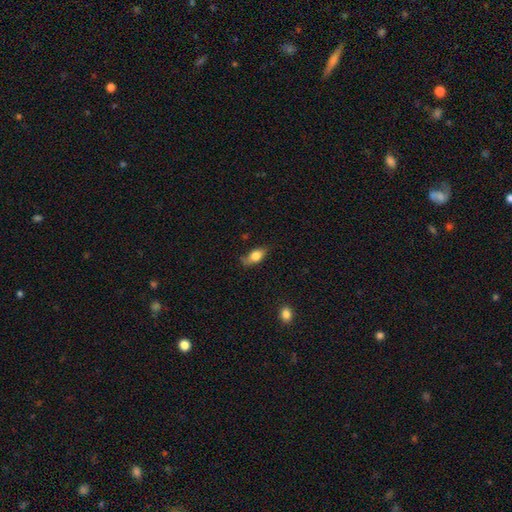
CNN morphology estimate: This is likely a smooth galaxy (73%). How rounded: likely in between (80%). Merging: possibly none (56%).